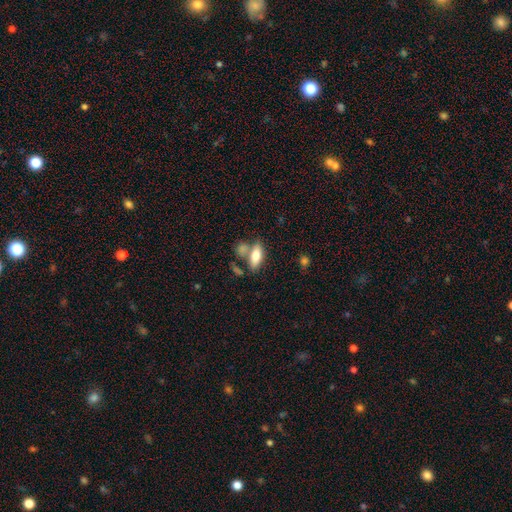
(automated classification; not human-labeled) Q: Smooth or featured?
A: smooth (71%); runner-up: featured or disk (22%)
Q: How rounded?
A: in between (76%); runner-up: cigar-shaped (21%)
Q: Merging?
A: none (54%); runner-up: merger (26%)